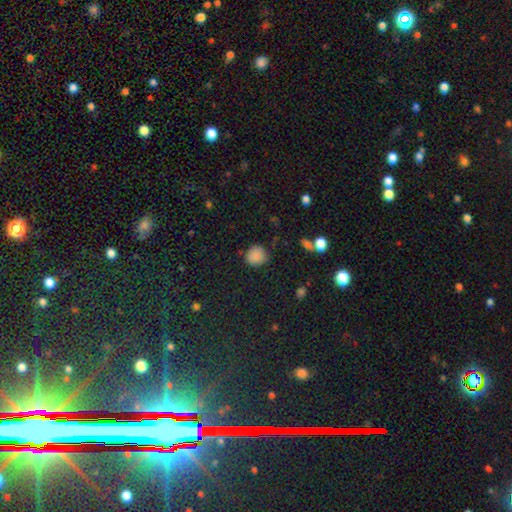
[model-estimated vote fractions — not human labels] A smooth galaxy with no disk features (83%) that is round (87%). Merging: none (79%).